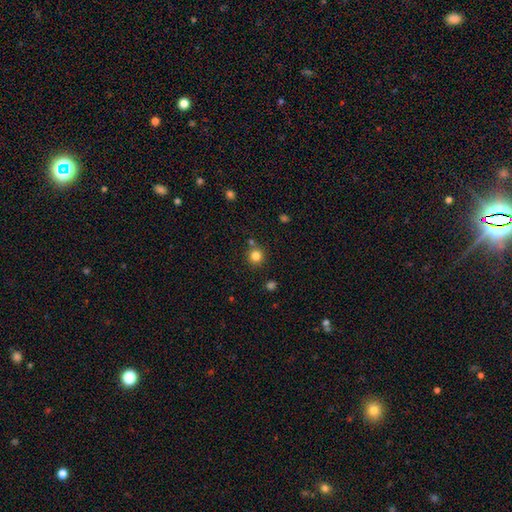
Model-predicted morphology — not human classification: Smooth or featured: smooth — 82% (star or artifact — 12%)
How rounded: round — 93% (in between — 6%)
Merging: none — 78% (merger — 10%)